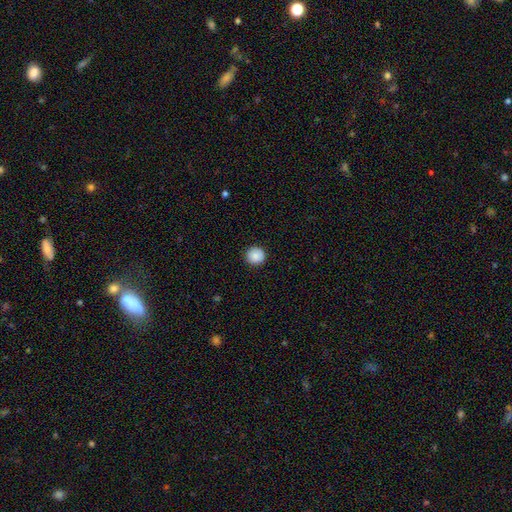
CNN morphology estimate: Smooth or featured? smooth (88%)
How rounded? round (94%)
Merging? none (92%)